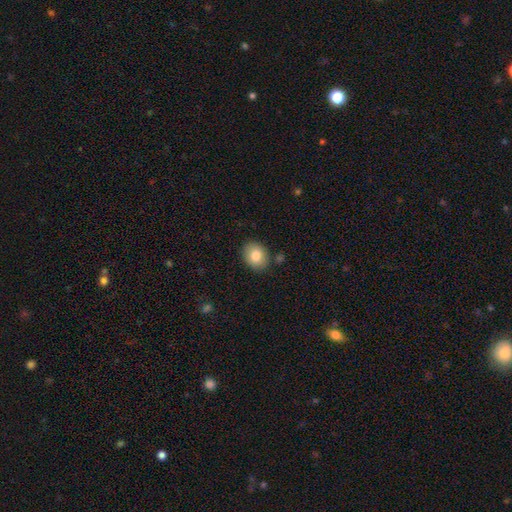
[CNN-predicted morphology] Q: Smooth or featured?
A: smooth (83%); runner-up: featured or disk (9%)
Q: How rounded?
A: round (50%); runner-up: in between (49%)
Q: Merging?
A: none (85%); runner-up: minor disturbance (10%)